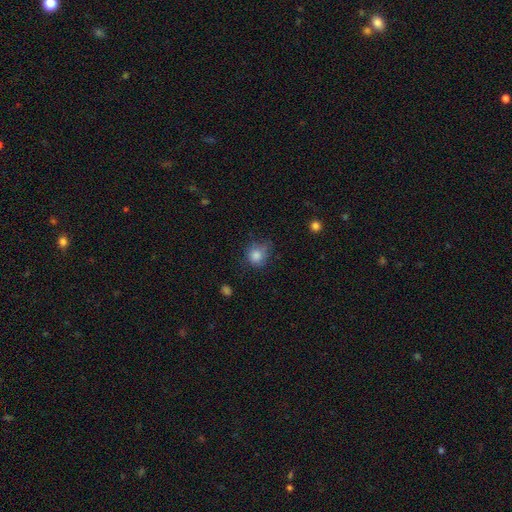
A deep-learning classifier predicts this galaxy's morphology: Smooth or featured: smooth — 82% (star or artifact — 10%)
How rounded: round — 77% (in between — 22%)
Merging: none — 57% (minor disturbance — 30%)